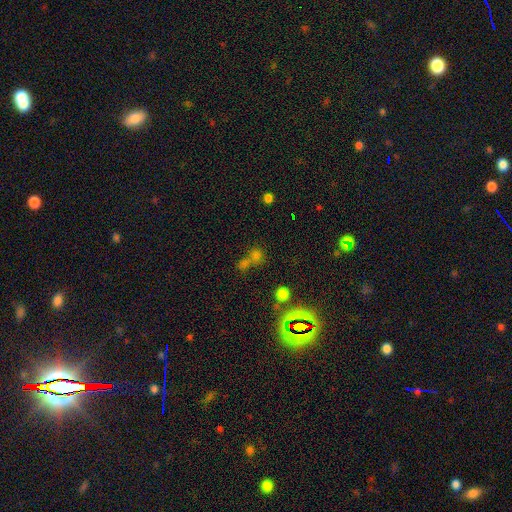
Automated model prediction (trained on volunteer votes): smooth_or_featured: smooth (p=0.59) [alt: star or artifact p=0.31]
how_rounded: round (p=0.72) [alt: in between p=0.25]
merging: merger (p=0.44) [alt: none p=0.42]